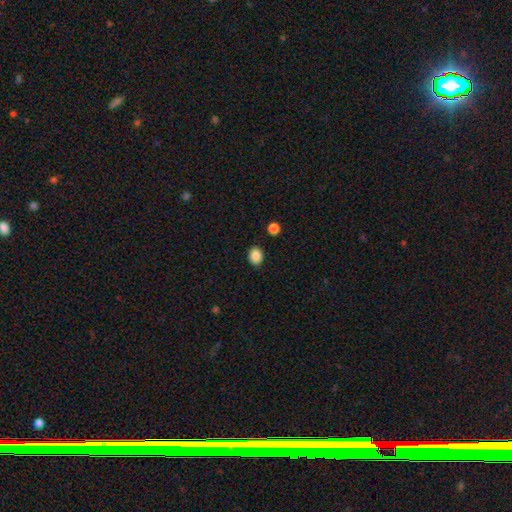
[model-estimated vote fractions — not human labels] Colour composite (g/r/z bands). It shows a smooth galaxy with no disk features (88%) that is round (50%). Merging: none (89%).